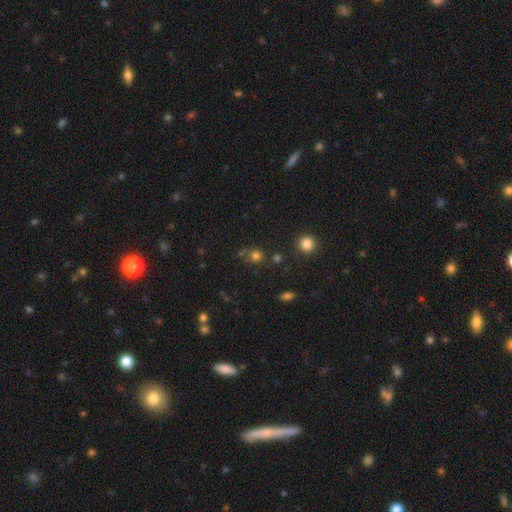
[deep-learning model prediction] smooth 73%, star or artifact 20%, featured or disk 7%. Down the decision tree: how rounded — round (88%); merging — none (68%).